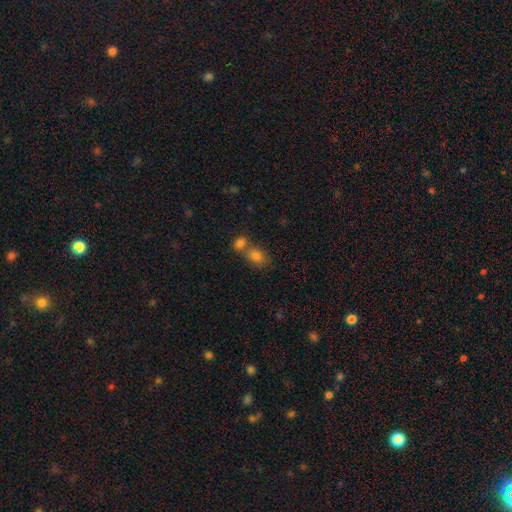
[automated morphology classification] This appears to be a smooth galaxy with no disk features (79%) that is in between round and cigar-shaped (66%). Merging: merger (47%).